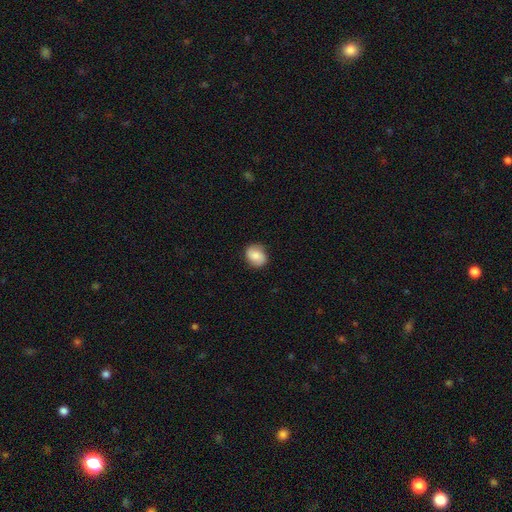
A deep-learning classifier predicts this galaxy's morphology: Overall: smooth (75%). How rounded: round (58%; in between 41%). Merging: none (84%).